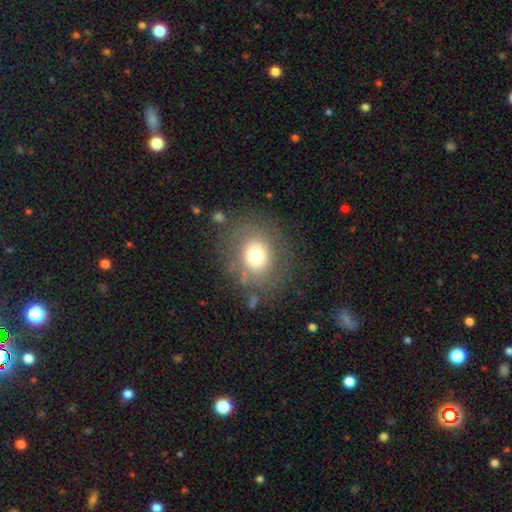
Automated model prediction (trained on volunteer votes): Morphology: type=smooth (69%); roundness=round (65%); merging=none (77%).